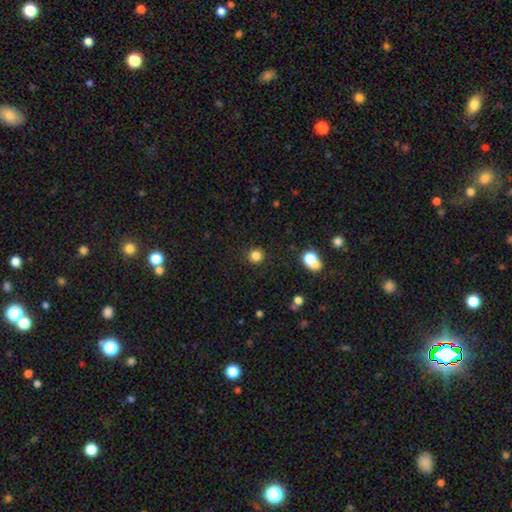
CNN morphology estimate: smooth 83%, star or artifact 13%, featured or disk 4%. Down the decision tree: how rounded — round (92%); merging — none (90%).